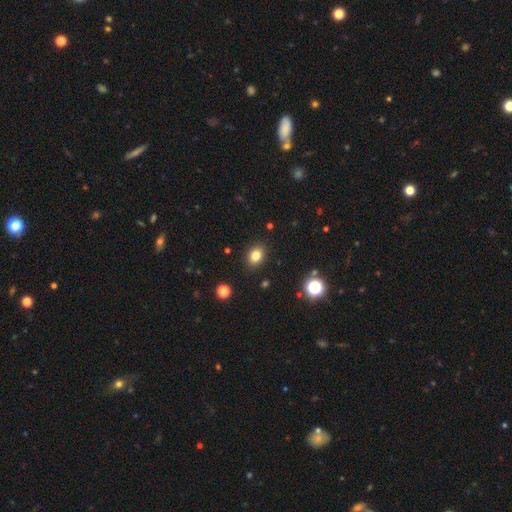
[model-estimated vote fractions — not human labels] smooth 81%, star or artifact 12%, featured or disk 6%. Down the decision tree: how rounded — in between (52%); merging — none (89%).